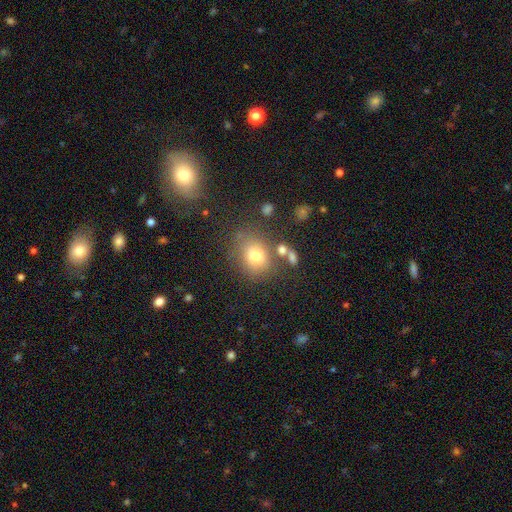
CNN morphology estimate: This is likely a smooth galaxy (76%). How rounded: likely round (61%). Merging: likely none (70%).